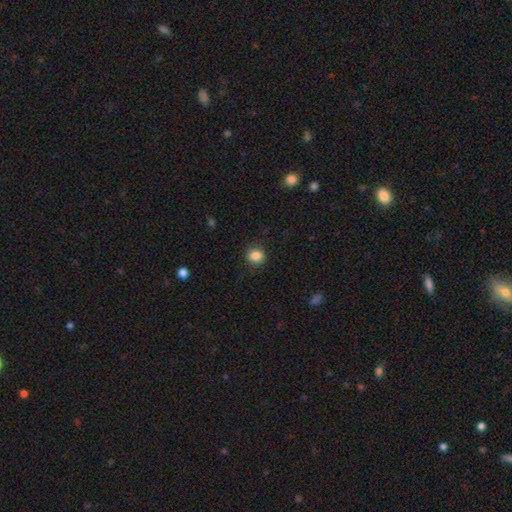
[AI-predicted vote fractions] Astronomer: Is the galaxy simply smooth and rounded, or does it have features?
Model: smooth — 85%.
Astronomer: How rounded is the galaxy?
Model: round — 75%.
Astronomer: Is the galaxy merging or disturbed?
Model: none — 86%.